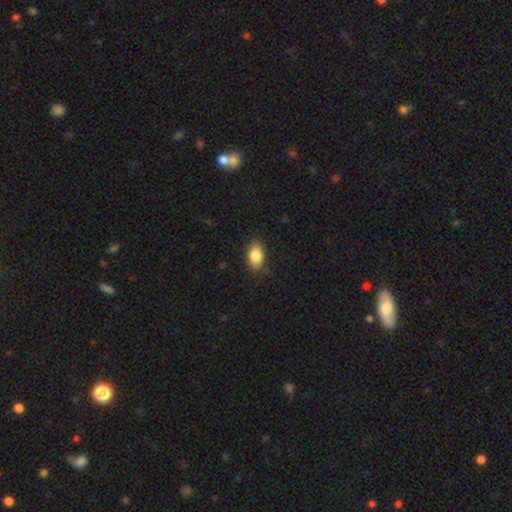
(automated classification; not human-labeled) Smooth or featured? Predicted: smooth (p=0.86). How rounded? Predicted: in between (p=0.87). Merging? Predicted: none (p=0.81).